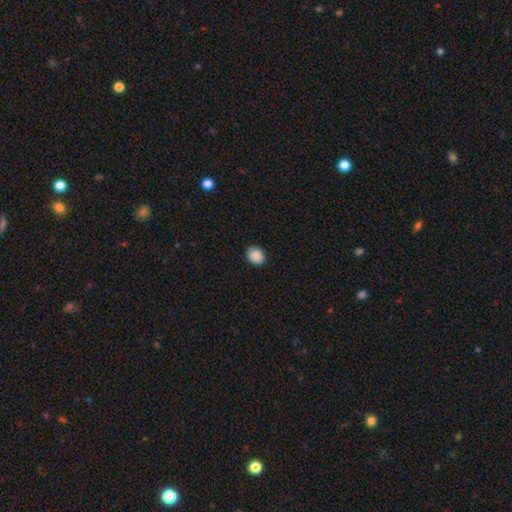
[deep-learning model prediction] A smooth galaxy with no disk features (89%) that is round (53%). Merging: none (89%).